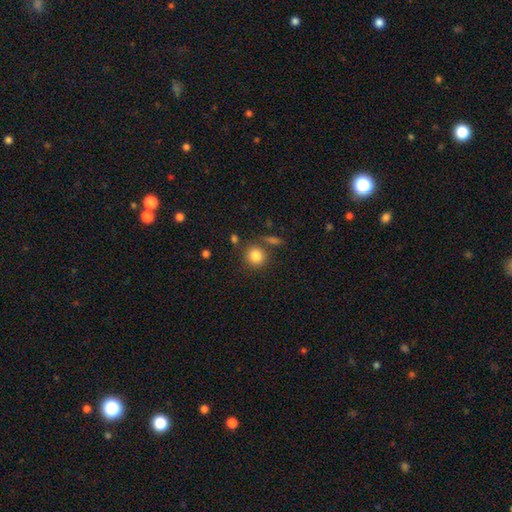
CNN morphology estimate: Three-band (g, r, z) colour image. It shows a smooth galaxy with no disk features (83%) that is round (88%). Merging: none (77%).